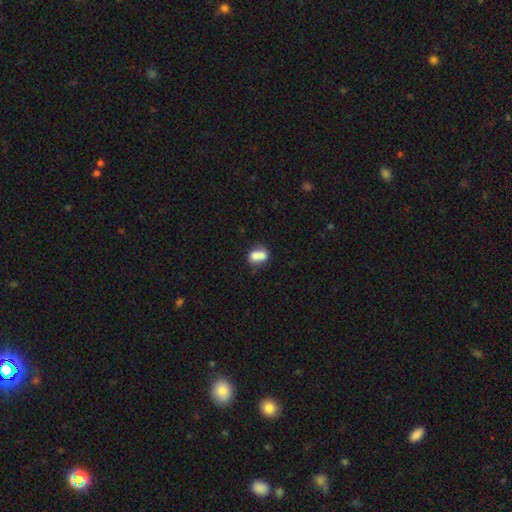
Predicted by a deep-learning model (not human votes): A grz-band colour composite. It shows a smooth galaxy with no disk features (73%) that is in between round and cigar-shaped (67%). Merging: merger (46%).